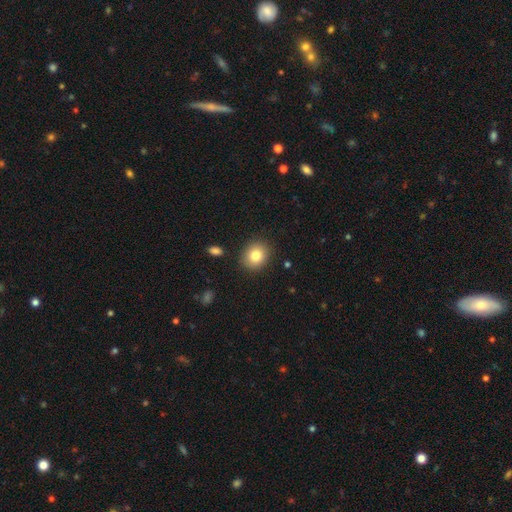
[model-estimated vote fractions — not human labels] Q: Smooth or featured?
A: smooth (81%); runner-up: star or artifact (10%)
Q: How rounded?
A: round (70%); runner-up: in between (29%)
Q: Merging?
A: none (89%); runner-up: minor disturbance (8%)